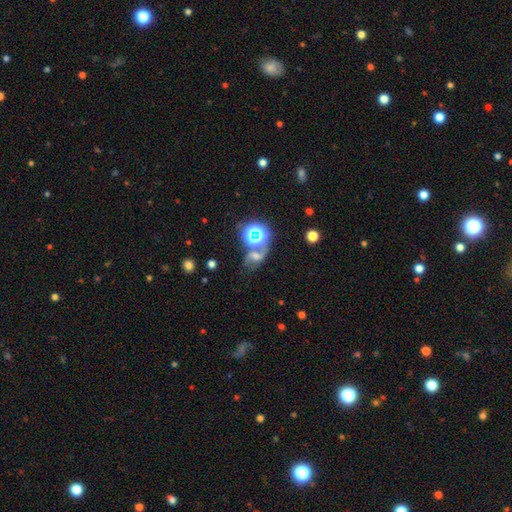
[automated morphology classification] Smooth or featured?
  - featured or disk: 46% *
  - star or artifact: 31%
  - smooth: 24%
Merging?
  - none: 46% *
  - merger: 23%
  - minor disturbance: 16%
  - major disturbance: 15%